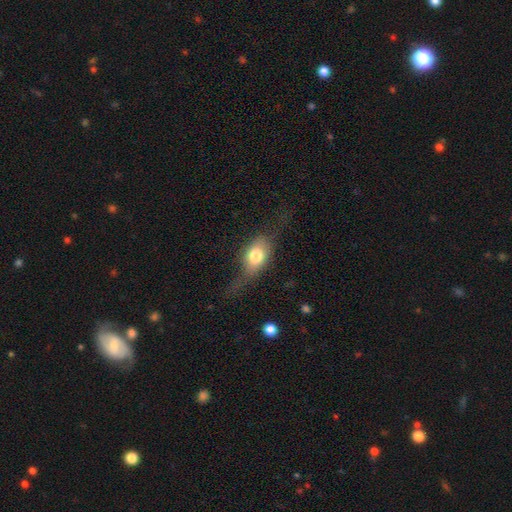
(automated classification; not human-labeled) Overall: smooth (58%; featured or disk 33%). How rounded: in between (70%). Merging: none (52%; minor disturbance 24%).